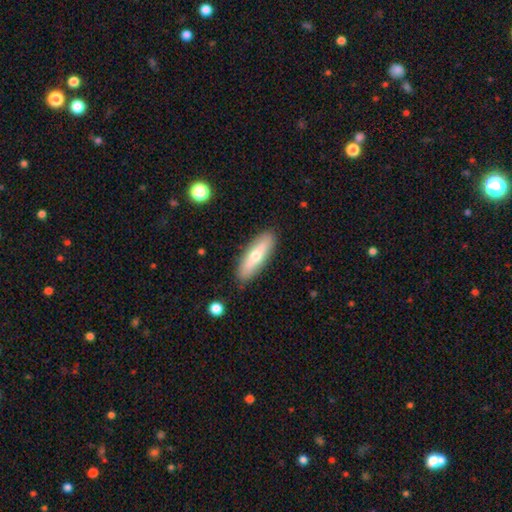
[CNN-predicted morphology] smooth-or-featured: smooth: 59% | featured or disk: 35% | star or artifact: 6%
  how-rounded: cigar-shaped: 55% | in between: 43% | round: 2%
  merging: none: 88% | minor disturbance: 9% | major disturbance: 2% | merger: 1%